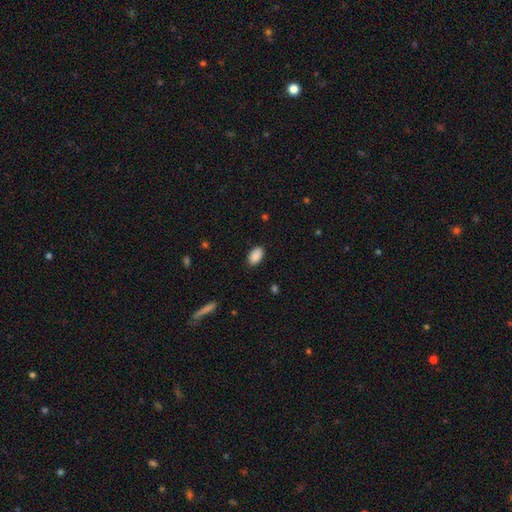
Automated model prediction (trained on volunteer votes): Smooth or featured? smooth (90%)
How rounded? in between (92%)
Merging? none (86%)